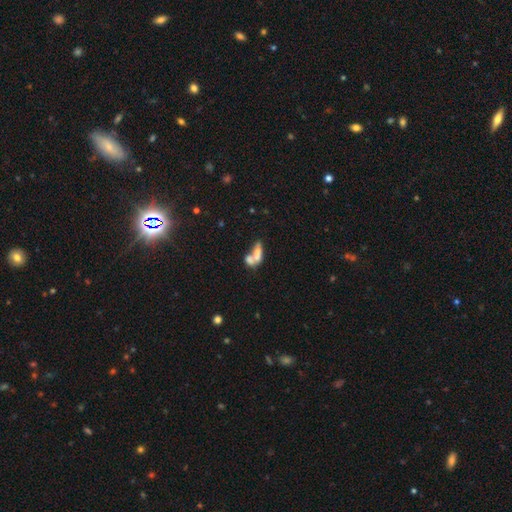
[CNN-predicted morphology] Overall: smooth (64%; featured or disk 25%). How rounded: in between (70%). Merging: merger (63%).